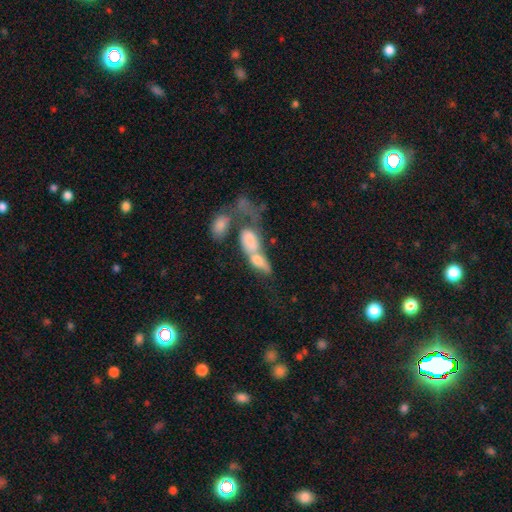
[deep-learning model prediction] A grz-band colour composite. It shows a smooth galaxy with no disk features (52%) that is in between round and cigar-shaped (71%). Merging: merger (62%).